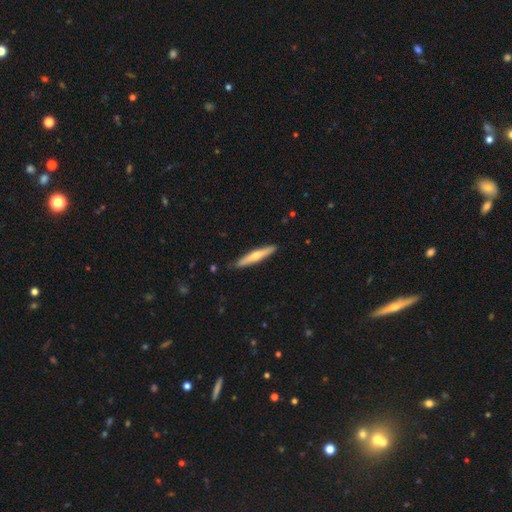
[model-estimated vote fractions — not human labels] The model was most divided on "smooth or featured": smooth: 48%, featured or disk: 47%, star or artifact: 5%. More confident: merging — none (89%).